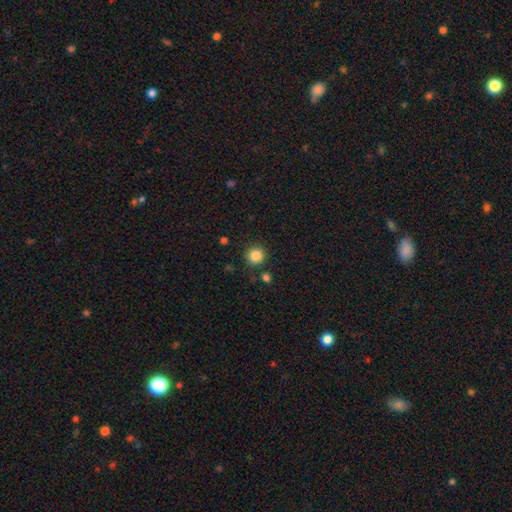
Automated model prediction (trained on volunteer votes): This is clearly a smooth galaxy (85%). How rounded: clearly round (93%). Merging: clearly none (87%).